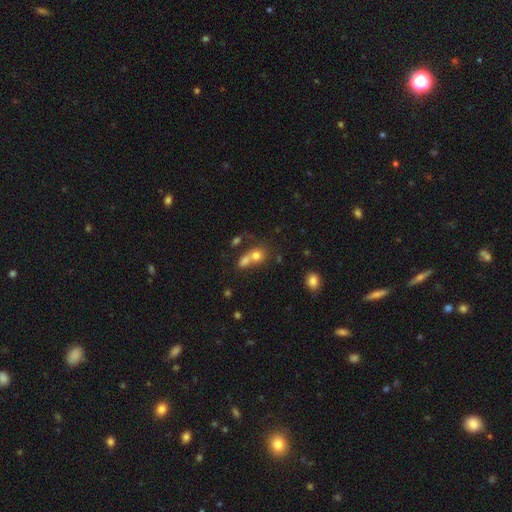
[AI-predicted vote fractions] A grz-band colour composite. It shows a smooth galaxy with no disk features (72%) that is round (65%). Merging: merger (59%).